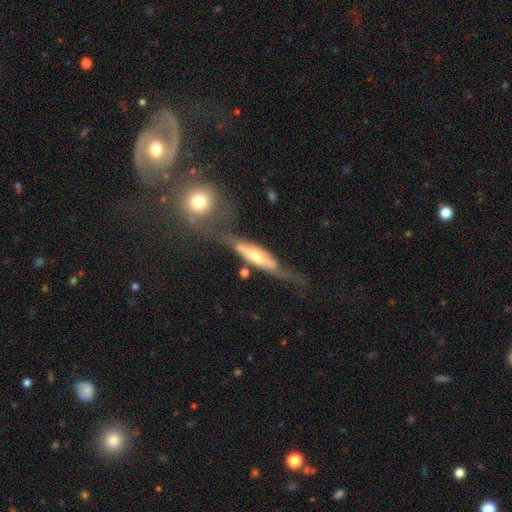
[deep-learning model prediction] A featured or disk galaxy (70%) viewed edge-on (71%).

Vote fractions:
- Smooth or featured? featured or disk: 70% / smooth: 24% / star or artifact: 7%
- Edge-on disk? yes: 71% / no: 29%
- Merging? none: 47% / minor disturbance: 21% / merger: 17% / major disturbance: 15%